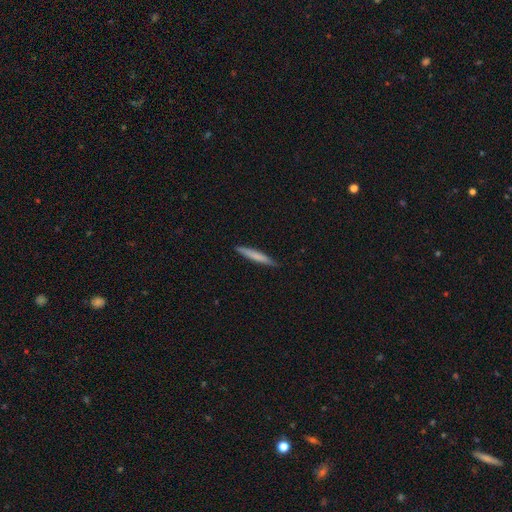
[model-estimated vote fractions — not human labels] Smooth or featured: smooth — 70% (featured or disk — 24%)
How rounded: cigar-shaped — 95% (in between — 4%)
Merging: none — 90% (minor disturbance — 7%)